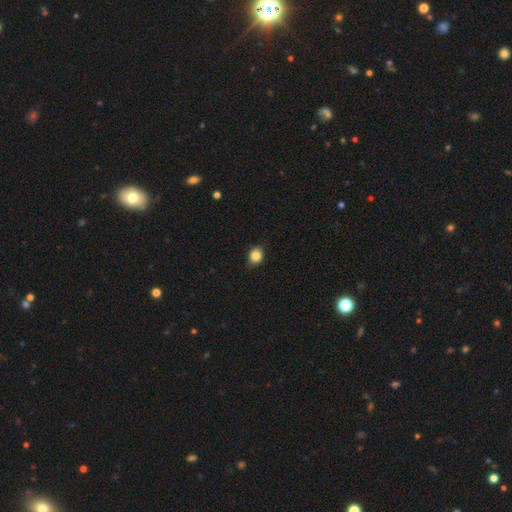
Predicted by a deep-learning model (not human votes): Smooth or featured: smooth — 86% (star or artifact — 10%)
How rounded: round — 60% (in between — 39%)
Merging: none — 84% (minor disturbance — 13%)